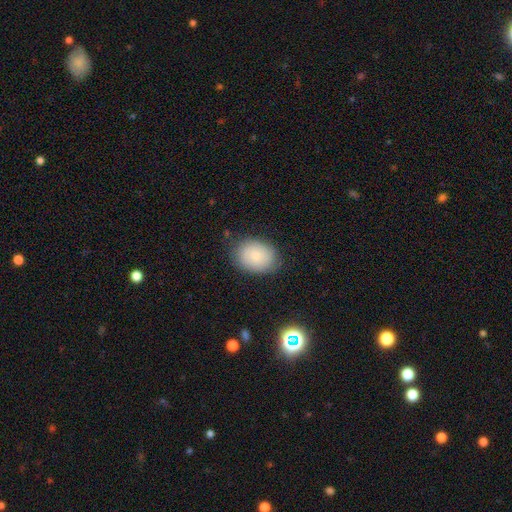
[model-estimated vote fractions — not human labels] This is clearly a smooth galaxy (80%). How rounded: likely in between (66%). Merging: likely none (79%).